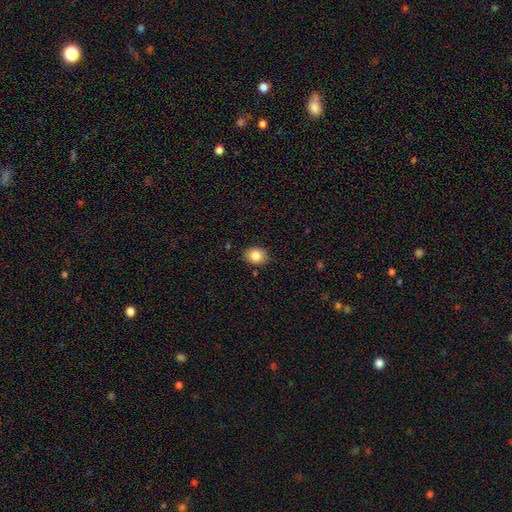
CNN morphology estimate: A smooth galaxy with no disk features (84%) that is in between round and cigar-shaped (50%). Merging: none (83%).